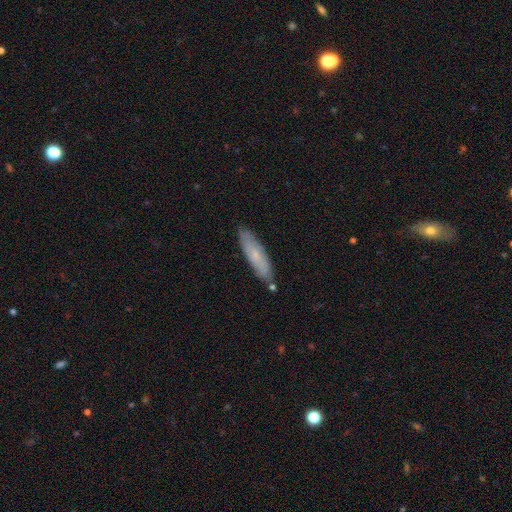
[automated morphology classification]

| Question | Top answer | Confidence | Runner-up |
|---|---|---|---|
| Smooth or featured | smooth | 62% | featured or disk (32%) |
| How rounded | cigar-shaped | 71% | in between (28%) |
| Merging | none | 82% | minor disturbance (13%) |